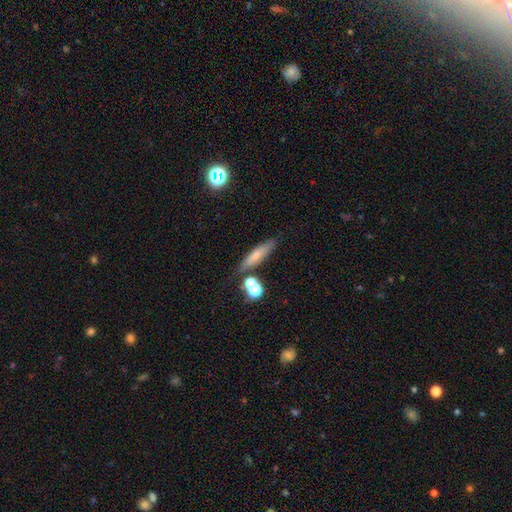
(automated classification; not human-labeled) This appears to be a smooth galaxy with no disk features (64%) that is cigar-shaped (72%). Merging: none (69%).